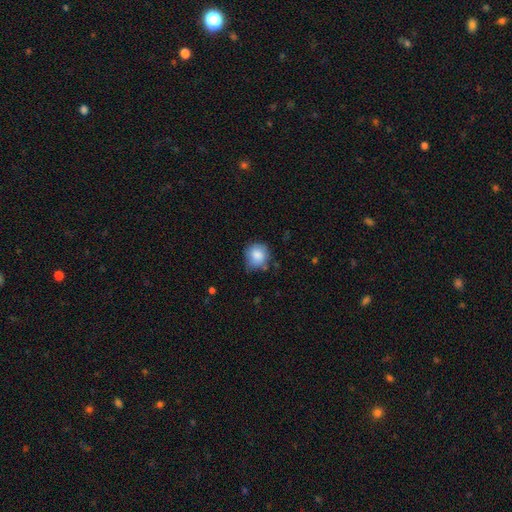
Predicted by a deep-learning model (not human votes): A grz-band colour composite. It shows a smooth galaxy with no disk features (84%) that is round (84%). Merging: none (62%).